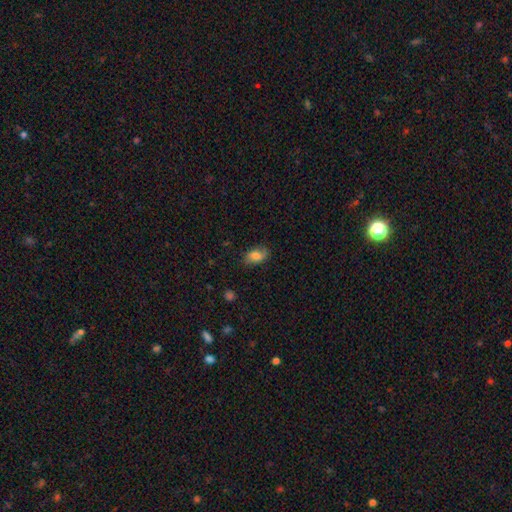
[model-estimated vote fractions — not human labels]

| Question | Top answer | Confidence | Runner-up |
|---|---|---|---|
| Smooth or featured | smooth | 69% | featured or disk (23%) |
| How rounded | in between | 88% | round (9%) |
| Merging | none | 75% | minor disturbance (19%) |